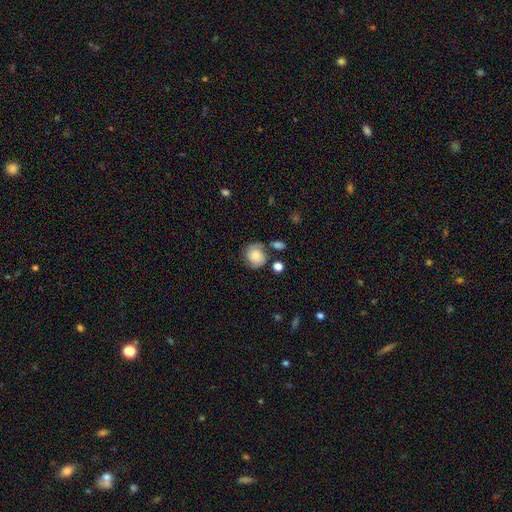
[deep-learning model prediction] smooth 55%, featured or disk 35%, star or artifact 9%. Down the decision tree: how rounded — round (77%); merging — none (58%).